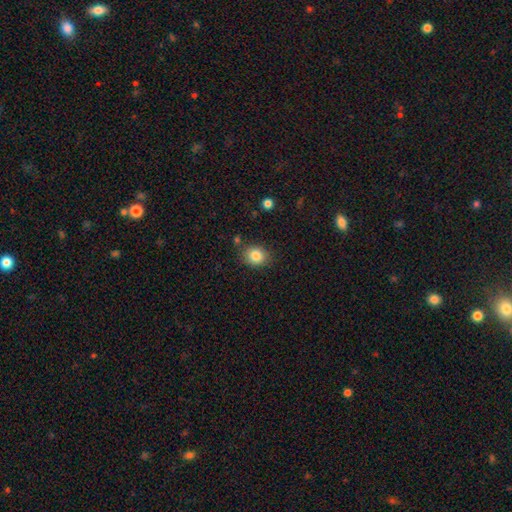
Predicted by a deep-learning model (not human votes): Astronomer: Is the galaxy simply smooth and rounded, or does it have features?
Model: smooth — 84%.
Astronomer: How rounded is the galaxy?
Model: round — 62%.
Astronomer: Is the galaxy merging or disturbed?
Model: none — 81%.